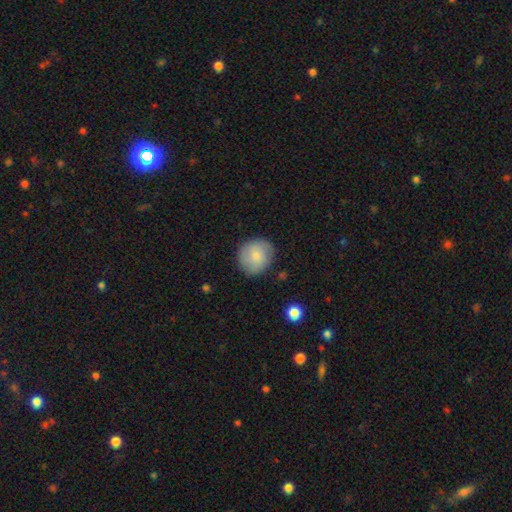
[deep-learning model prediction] Overall: smooth (75%). How rounded: round (88%). Merging: none (81%).